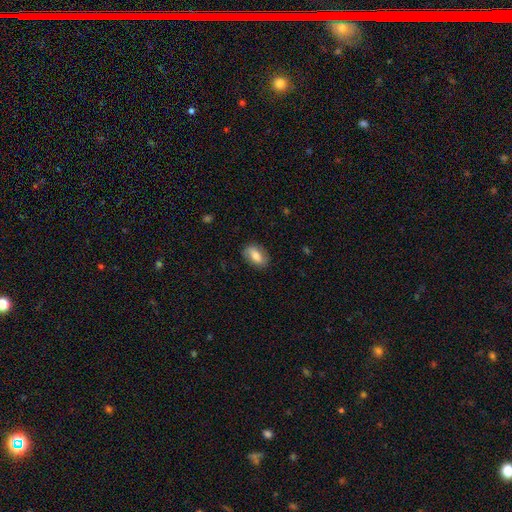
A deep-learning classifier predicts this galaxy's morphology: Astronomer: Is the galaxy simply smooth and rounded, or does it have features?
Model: smooth — 72%.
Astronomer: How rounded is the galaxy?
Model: in between — 88%.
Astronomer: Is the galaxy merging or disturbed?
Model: none — 82%.